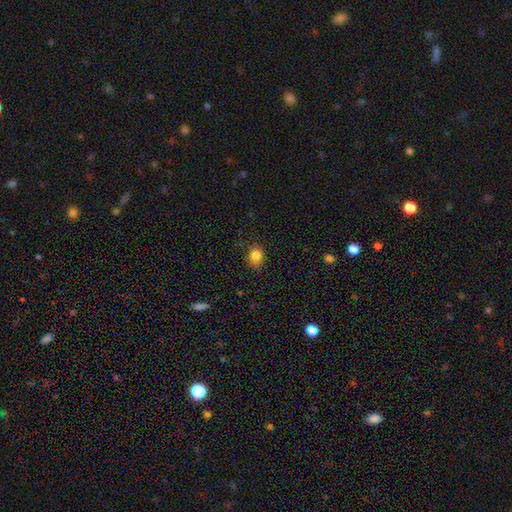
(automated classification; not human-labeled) This is clearly a smooth galaxy (83%). How rounded: possibly round (58%). Merging: clearly none (84%).